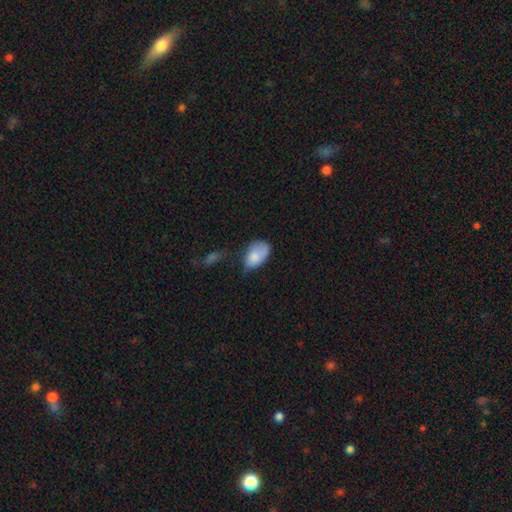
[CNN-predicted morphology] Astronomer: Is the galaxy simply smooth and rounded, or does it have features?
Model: smooth — 80%.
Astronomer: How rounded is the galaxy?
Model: in between — 91%.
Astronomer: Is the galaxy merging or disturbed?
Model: minor disturbance — 40% (runner-up: none, 35%).